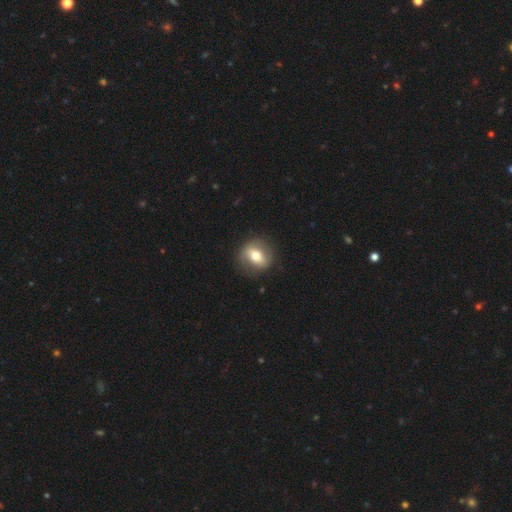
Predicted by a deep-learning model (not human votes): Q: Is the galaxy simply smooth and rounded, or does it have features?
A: smooth — 57%.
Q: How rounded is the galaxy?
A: round — 65%.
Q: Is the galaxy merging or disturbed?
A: none — 83%.